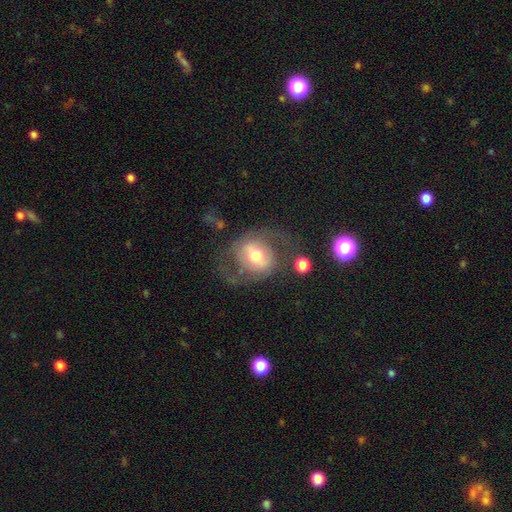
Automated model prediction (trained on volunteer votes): A featured or disk galaxy (56%) with a weak bar (37%), spiral arms (50%, tied with no) and a moderate central bulge (68%).

Vote fractions:
- Smooth or featured? featured or disk: 56% / smooth: 37% / star or artifact: 7%
- Edge-on disk? no: 94% / yes: 6%
- Bar? weak: 37% / no: 36% / strong: 28%
- Spiral arms? yes: 50% (tied) / no: 50% (tied)
- Bulge size? moderate: 68% / large: 20% / small: 9% / dominant: 2% / none: 1%
- Merging? none: 57% / major disturbance: 20% / minor disturbance: 19% / merger: 4%